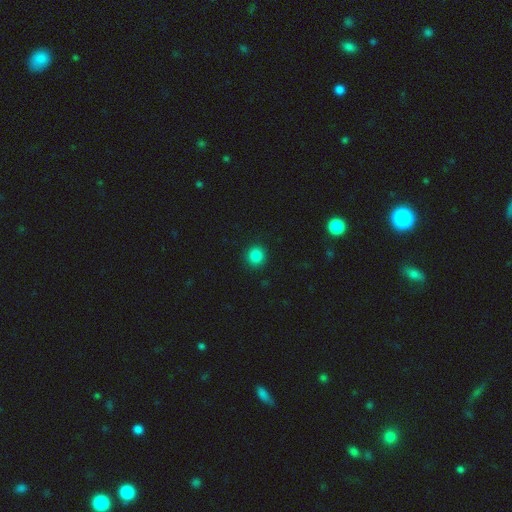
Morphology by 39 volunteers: smooth_or_featured: smooth (p=0.82) [alt: star or artifact p=0.10]
how_rounded: round (p=0.94) [alt: in between p=0.06]
merging: none (p=0.94) [alt: minor disturbance p=0.03]